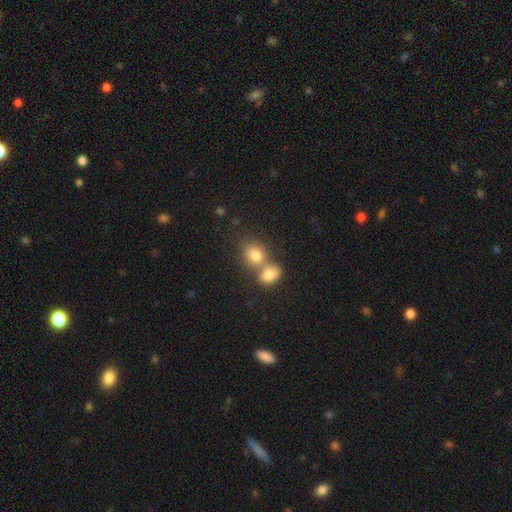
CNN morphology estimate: This appears to be a smooth galaxy with no disk features (80%) that is round (56%). Merging: merger (54%).